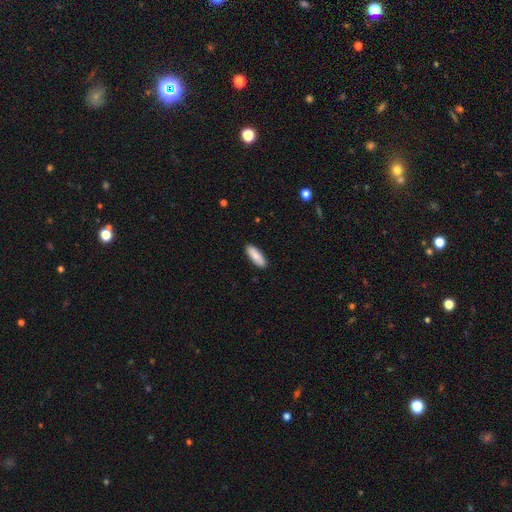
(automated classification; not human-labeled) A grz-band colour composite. It shows a smooth galaxy with no disk features (84%) that is in between round and cigar-shaped (58%). Merging: none (90%).